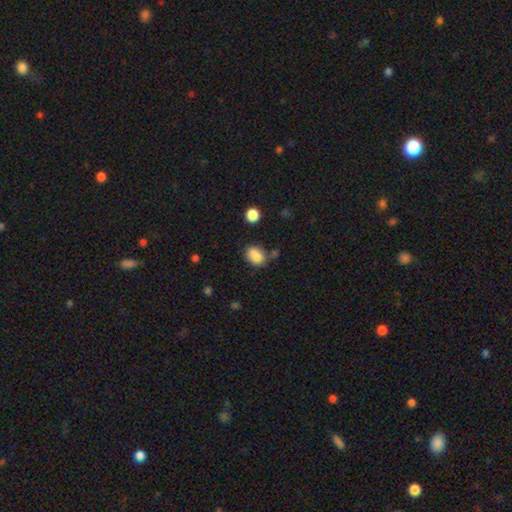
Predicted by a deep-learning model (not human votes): Morphology: type=smooth (83%); roundness=in between (64%); merging=none (58%).